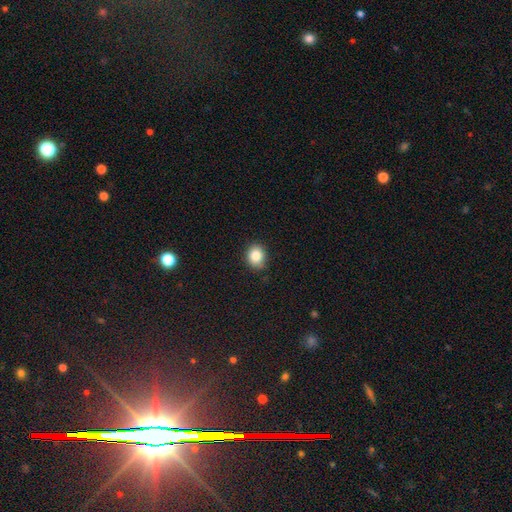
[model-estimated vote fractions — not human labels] The model was most divided on "how rounded": round: 64%, in between: 35%, cigar-shaped: 1%. More confident: smooth or featured — smooth (84%); merging — none (82%).